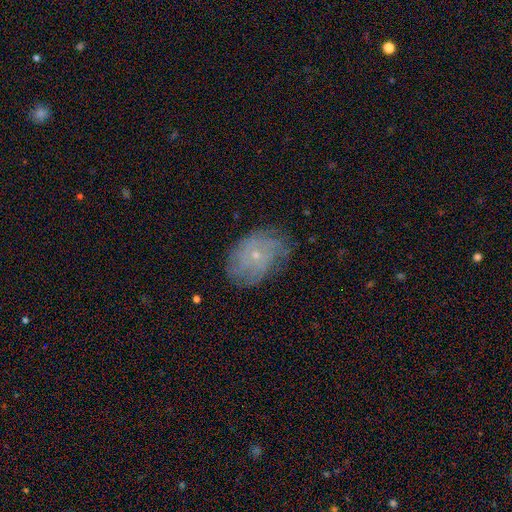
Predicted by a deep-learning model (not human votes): This appears to be a featured or disk galaxy (63%) with no bar (85%), spiral arms (81%) and a small central bulge (79%). Merging: none (70%).